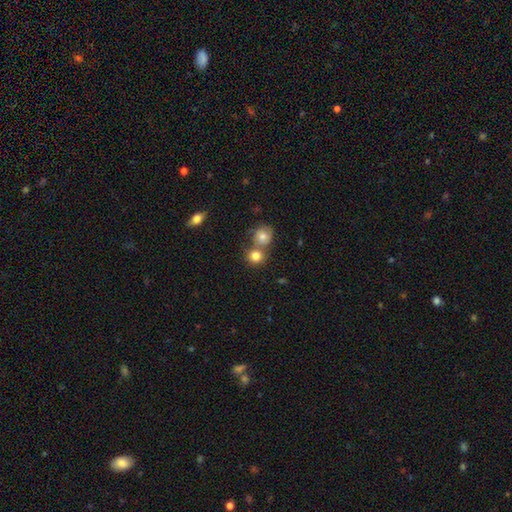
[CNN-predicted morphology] Smooth or featured?
  - smooth: 81% *
  - star or artifact: 9%
  - featured or disk: 9%
How rounded?
  - round: 82% *
  - in between: 17%
  - cigar-shaped: 1%
Merging?
  - none: 49% *
  - merger: 40%
  - minor disturbance: 8%
  - major disturbance: 3%